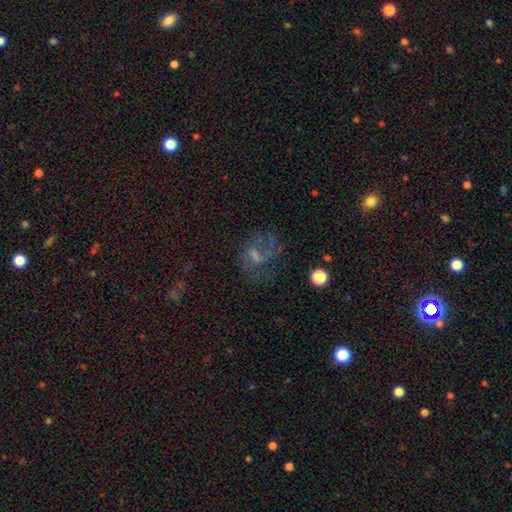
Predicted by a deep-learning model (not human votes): Morphology: type=featured or disk (53%); edge-on=no (97%); bar=weak (46%); spiral arms=yes (63%); bulge=none (39%); merging=none (45%).